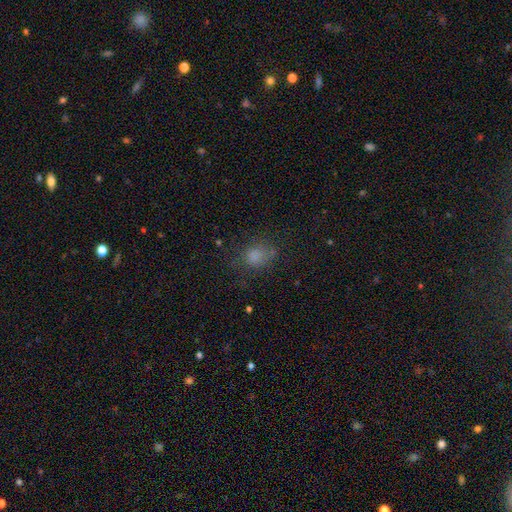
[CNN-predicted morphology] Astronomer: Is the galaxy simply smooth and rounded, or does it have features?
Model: smooth — 76%.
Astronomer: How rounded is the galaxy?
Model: round — 57% (runner-up: in between, 41%).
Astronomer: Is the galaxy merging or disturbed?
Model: none — 65%.